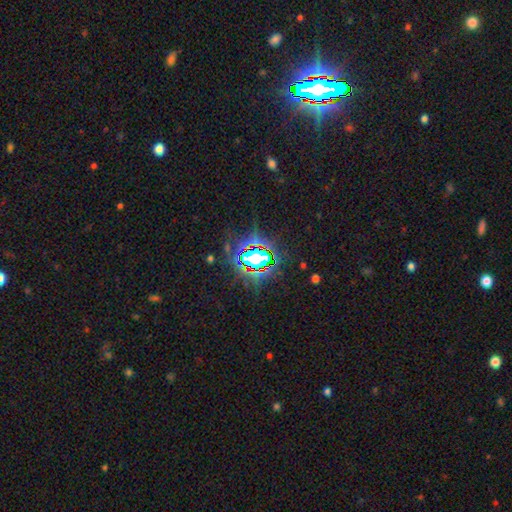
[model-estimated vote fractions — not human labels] This is clearly a star or artifact rather than a galaxy (80%).